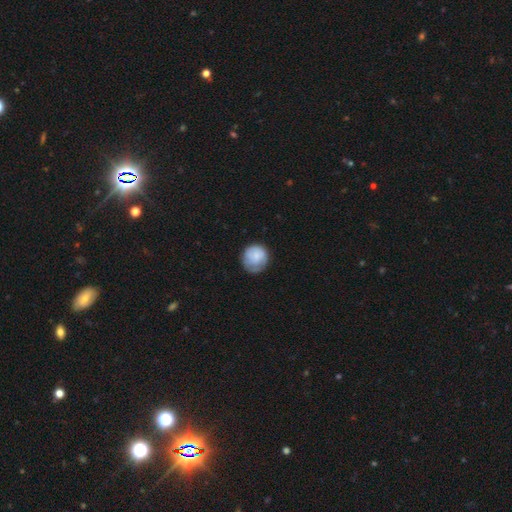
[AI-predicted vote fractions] Overall: smooth (76%). How rounded: round (86%). Merging: none (64%; minor disturbance 26%).